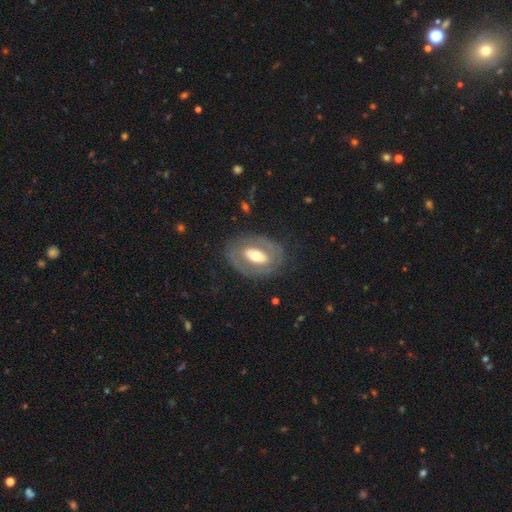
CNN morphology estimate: featured or disk 65%, smooth 29%, star or artifact 6%. Down the decision tree: edge-on disk — no (93%); bar — no (45%); spiral arms — no (63%); bulge size — moderate (63%); merging — none (74%).